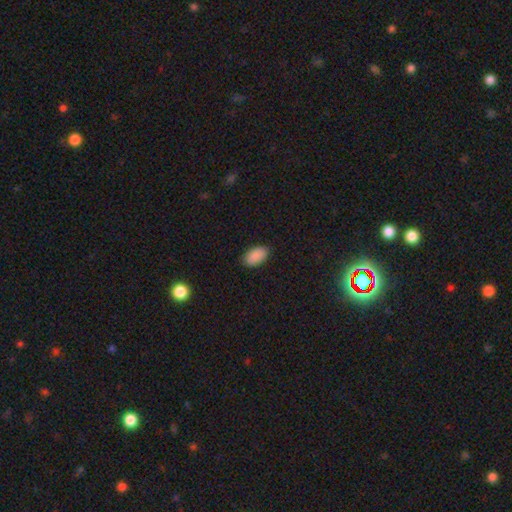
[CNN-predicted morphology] Smooth or featured? smooth (90%)
How rounded? in between (95%)
Merging? none (87%)